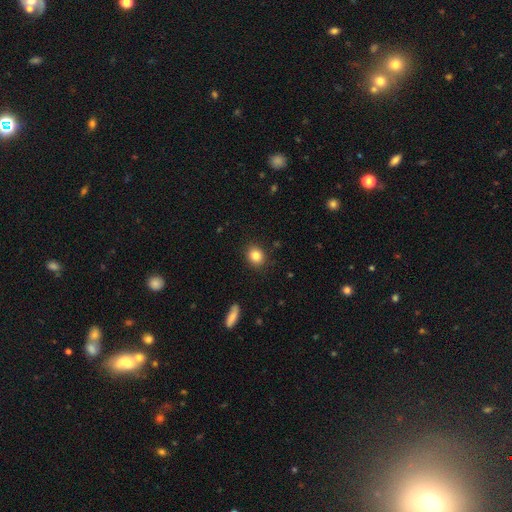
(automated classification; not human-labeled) Q: Smooth or featured?
A: smooth (83%); runner-up: star or artifact (10%)
Q: How rounded?
A: round (66%); runner-up: in between (33%)
Q: Merging?
A: none (89%); runner-up: minor disturbance (8%)